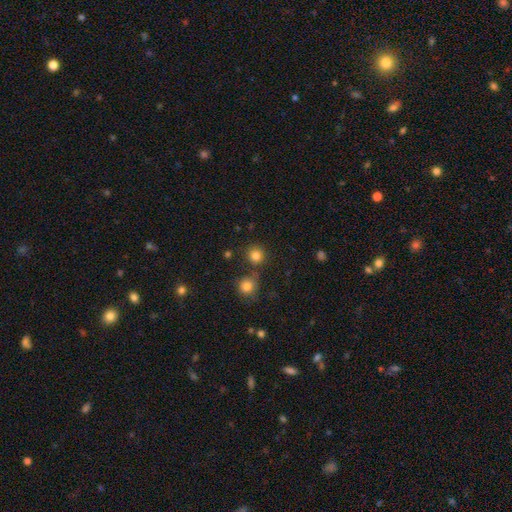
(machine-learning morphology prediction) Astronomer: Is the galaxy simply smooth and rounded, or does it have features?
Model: smooth — 82%.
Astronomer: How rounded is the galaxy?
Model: round — 93%.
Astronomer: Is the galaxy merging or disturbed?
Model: none — 80%.